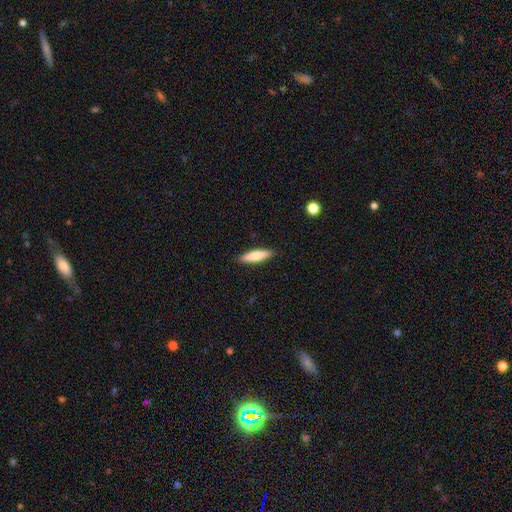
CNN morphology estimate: The model was most divided on "smooth or featured": smooth: 72%, featured or disk: 23%, star or artifact: 6%. More confident: merging — none (90%); how rounded — cigar-shaped (74%).